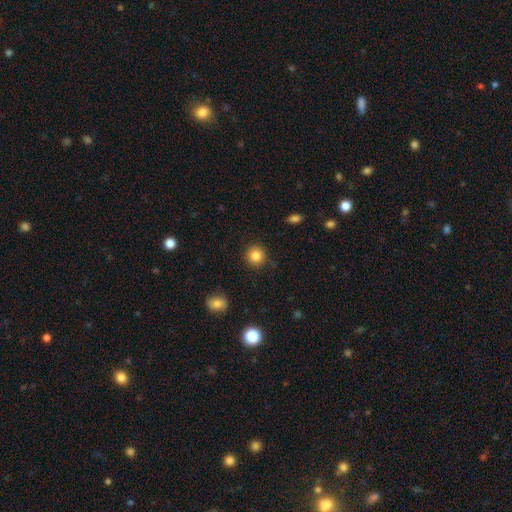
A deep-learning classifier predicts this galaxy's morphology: smooth_or_featured: smooth (p=0.85) [alt: star or artifact p=0.10]
how_rounded: round (p=0.93) [alt: in between p=0.06]
merging: none (p=0.88) [alt: minor disturbance p=0.08]